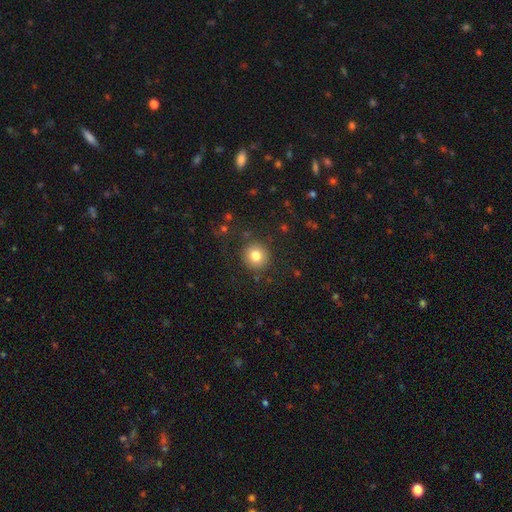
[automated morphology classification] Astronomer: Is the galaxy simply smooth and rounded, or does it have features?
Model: smooth — 81%.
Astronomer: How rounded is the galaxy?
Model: round — 93%.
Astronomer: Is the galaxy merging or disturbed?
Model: none — 88%.